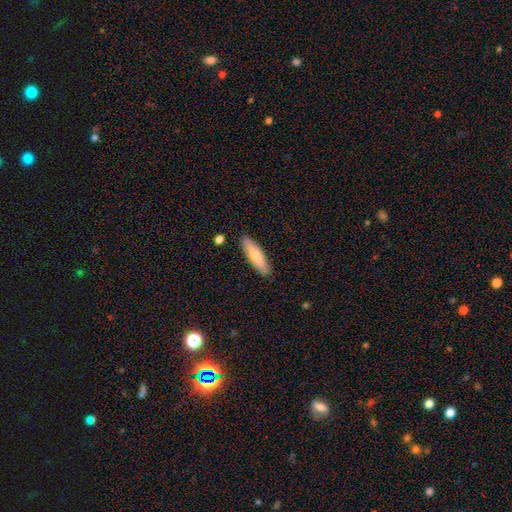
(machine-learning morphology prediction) This is likely a smooth galaxy (70%). How rounded: likely cigar-shaped (69%). Merging: clearly none (89%).